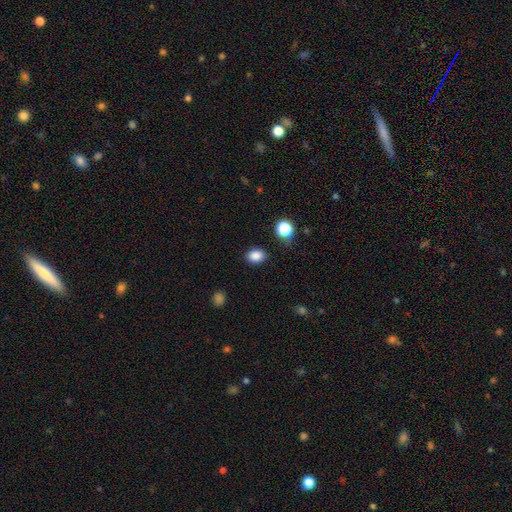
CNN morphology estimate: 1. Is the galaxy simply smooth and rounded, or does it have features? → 86% smooth, 10% star or artifact, 4% featured or disk.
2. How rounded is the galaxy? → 64% in between, 35% round, 1% cigar-shaped.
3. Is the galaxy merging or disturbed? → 85% none, 10% minor disturbance, 3% major disturbance, 2% merger.